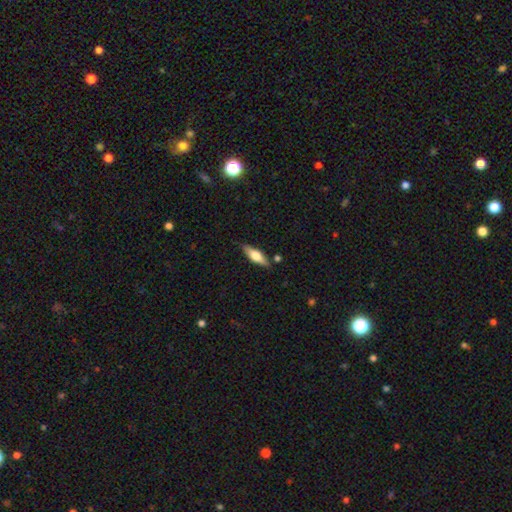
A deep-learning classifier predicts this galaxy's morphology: The model was most divided on "smooth or featured": smooth: 50%, featured or disk: 44%, star or artifact: 6%. More confident: merging — none (83%).